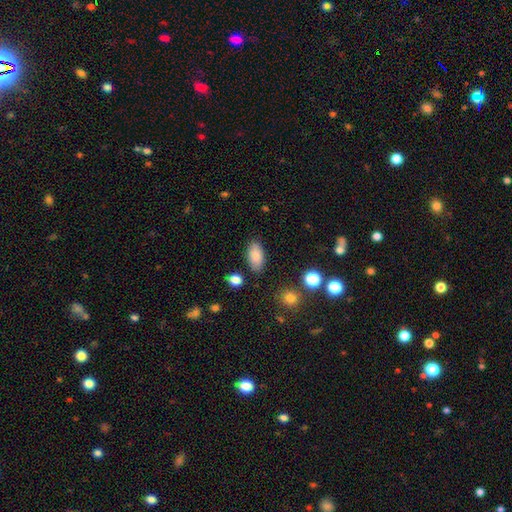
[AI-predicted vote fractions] smooth_or_featured: smooth (p=0.87) [alt: star or artifact p=0.08]
how_rounded: in between (p=0.92) [alt: cigar-shaped p=0.05]
merging: none (p=0.84) [alt: minor disturbance p=0.11]